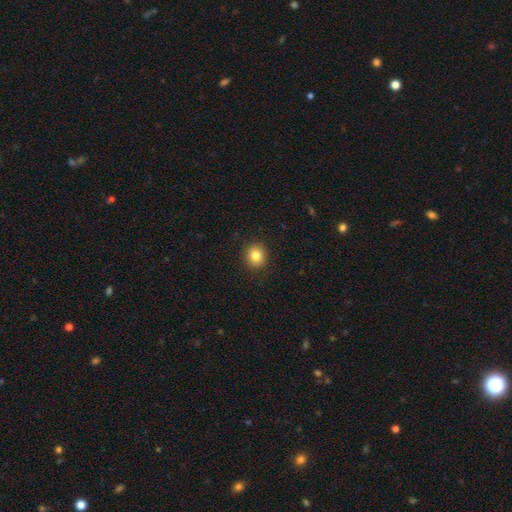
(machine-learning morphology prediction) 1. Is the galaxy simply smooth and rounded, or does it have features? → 84% smooth, 11% star or artifact, 6% featured or disk.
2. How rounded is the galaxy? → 82% round, 17% in between, 1% cigar-shaped.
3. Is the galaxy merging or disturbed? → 91% none, 6% minor disturbance, 2% major disturbance, 1% merger.